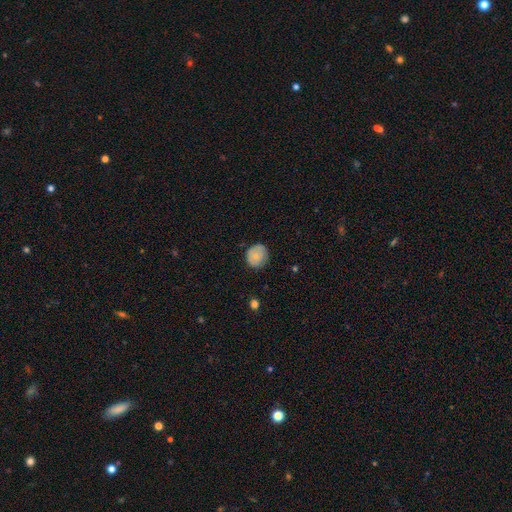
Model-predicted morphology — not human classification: smooth 71%, featured or disk 22%, star or artifact 8%. Down the decision tree: how rounded — round (76%); merging — none (75%).